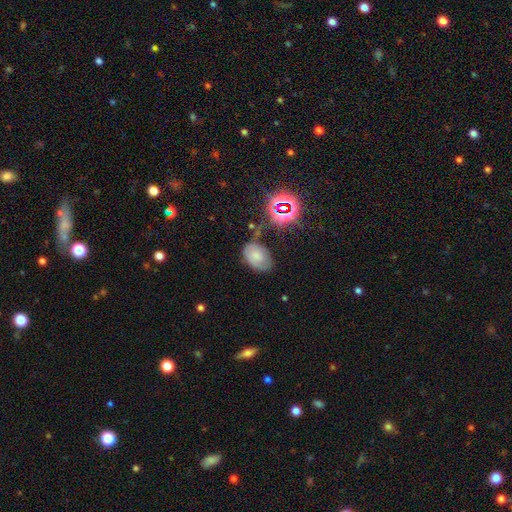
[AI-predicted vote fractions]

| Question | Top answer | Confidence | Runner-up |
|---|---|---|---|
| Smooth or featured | smooth | 55% | featured or disk (29%) |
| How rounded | in between | 82% | round (17%) |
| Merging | none | 63% | minor disturbance (25%) |